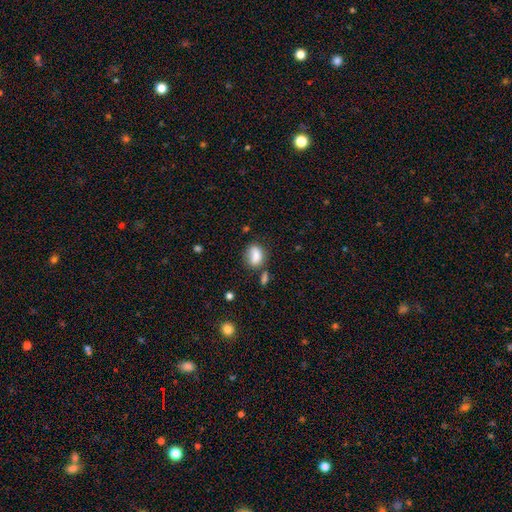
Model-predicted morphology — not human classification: Q: Smooth or featured?
A: smooth (81%); runner-up: featured or disk (9%)
Q: How rounded?
A: in between (69%); runner-up: round (28%)
Q: Merging?
A: none (55%); runner-up: minor disturbance (23%)